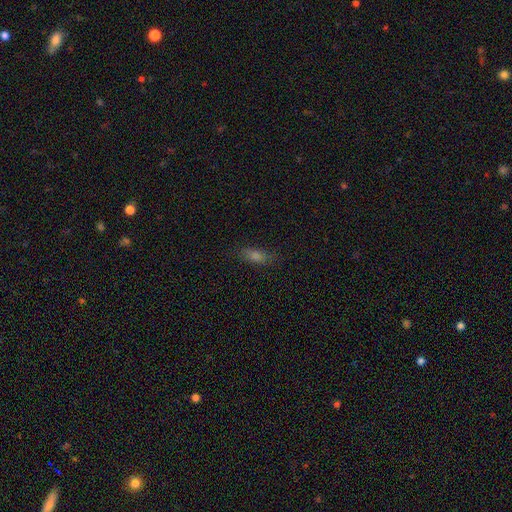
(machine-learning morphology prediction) smooth-or-featured: smooth: 63% | star or artifact: 20% | featured or disk: 17%
  how-rounded: in between: 62% | cigar-shaped: 32% | round: 6%
  merging: none: 81% | minor disturbance: 13% | major disturbance: 4% | merger: 1%